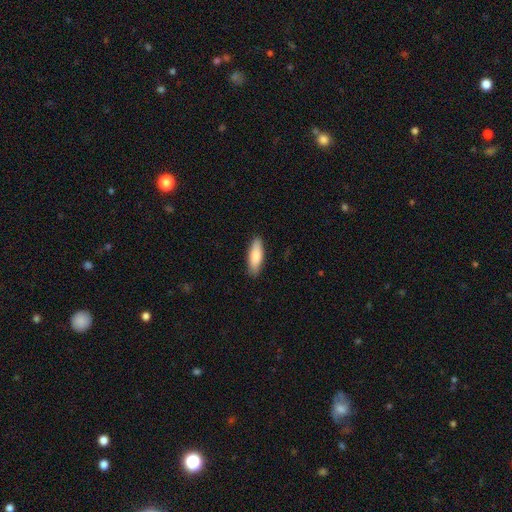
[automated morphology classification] smooth-or-featured: smooth: 83% | featured or disk: 11% | star or artifact: 5%
  how-rounded: in between: 57% | cigar-shaped: 41% | round: 2%
  merging: none: 88% | minor disturbance: 9% | major disturbance: 2% | merger: 1%